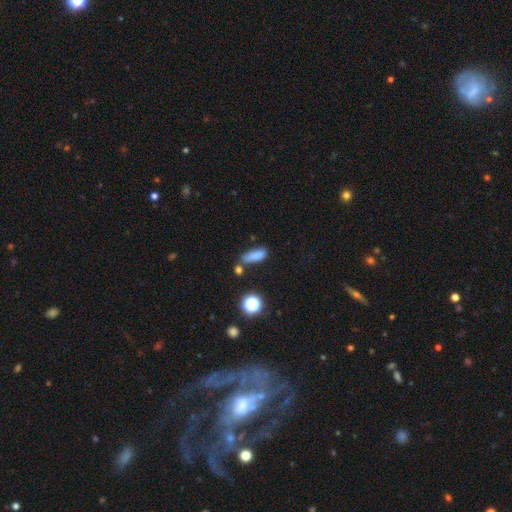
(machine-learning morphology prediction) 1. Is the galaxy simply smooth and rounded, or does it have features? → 76% smooth, 14% star or artifact, 10% featured or disk.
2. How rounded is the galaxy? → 54% in between, 39% cigar-shaped, 7% round.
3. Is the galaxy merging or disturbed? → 48% none, 23% minor disturbance, 18% merger, 11% major disturbance.